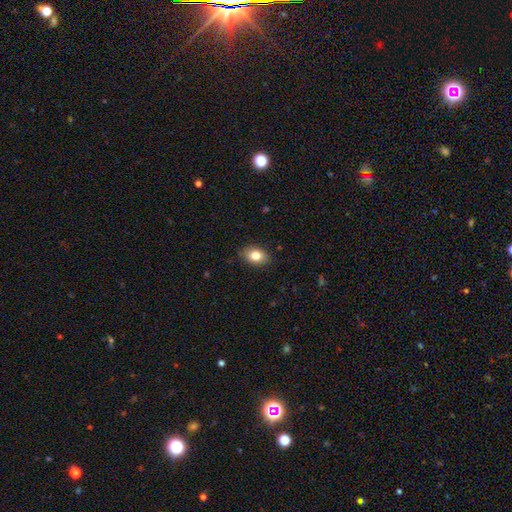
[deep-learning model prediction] The model was most divided on "how rounded": in between: 79%, round: 20%, cigar-shaped: 1%. More confident: merging — none (86%); smooth or featured — smooth (82%).